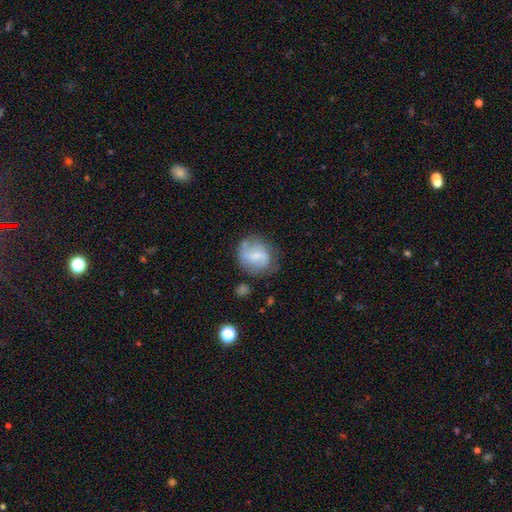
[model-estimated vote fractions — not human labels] The model was most divided on "bar": weak: 50%, no: 36%, strong: 14%. More confident: edge-on disk — no (97%); spiral arms — yes (83%); merging — none (64%); smooth or featured — featured or disk (58%); bulge size — small (53%).